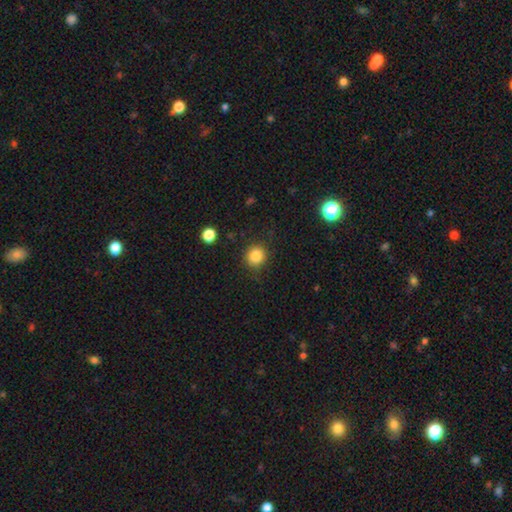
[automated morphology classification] A smooth galaxy with no disk features (84%) that is round (88%). Merging: none (86%).